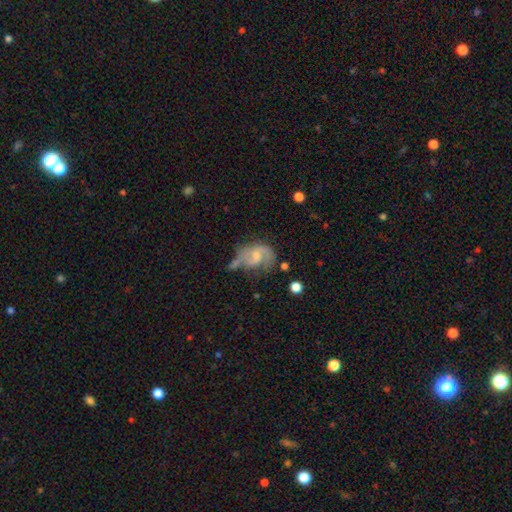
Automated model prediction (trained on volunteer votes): Smooth or featured? featured or disk (69%)
Edge-on disk? no (97%)
Bar? weak (46%)
Spiral arms? yes (84%)
Spiral winding? medium (45%)
Spiral arm count? 2 (74%)
Bulge size? small (46%)
Merging? none (35%)